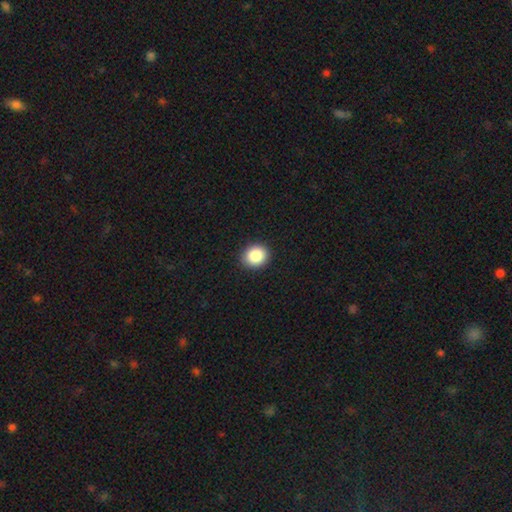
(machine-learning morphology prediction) Smooth or featured?
  - smooth: 87% *
  - star or artifact: 9%
  - featured or disk: 4%
How rounded?
  - round: 77% *
  - in between: 22%
  - cigar-shaped: 1%
Merging?
  - none: 91% *
  - minor disturbance: 6%
  - major disturbance: 2%
  - merger: 1%